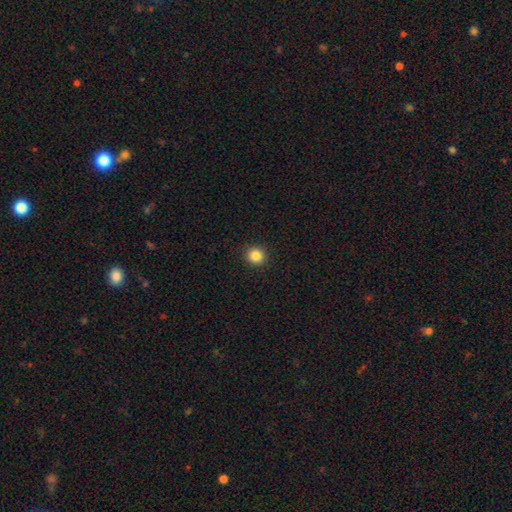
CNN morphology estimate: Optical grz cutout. It shows a smooth galaxy with no disk features (86%) that is round (91%). Merging: none (93%).